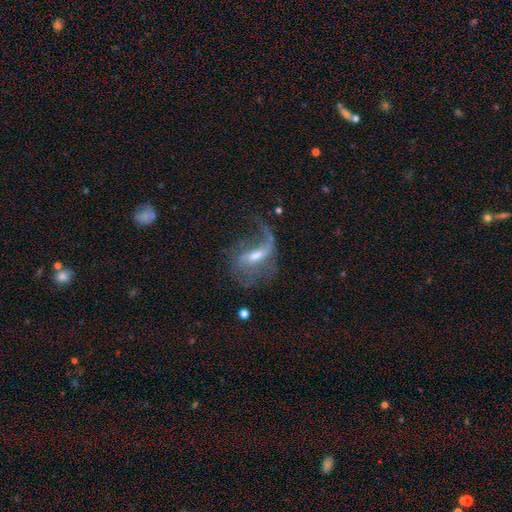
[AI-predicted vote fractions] smooth_or_featured: featured or disk (p=0.75) [alt: smooth p=0.17]
disk_edge_on: no (p=0.90) [alt: yes p=0.10]
bar: weak (p=0.42) [alt: strong p=0.38]
has_spiral_arms: yes (p=0.81) [alt: no p=0.19]
spiral_winding: loose (p=0.72) [alt: medium p=0.21]
spiral_arm_count: 1 (p=0.50) [alt: 2 p=0.37]
bulge_size: moderate (p=0.52) [alt: small p=0.36]
merging: major disturbance (p=0.42) [alt: none p=0.36]